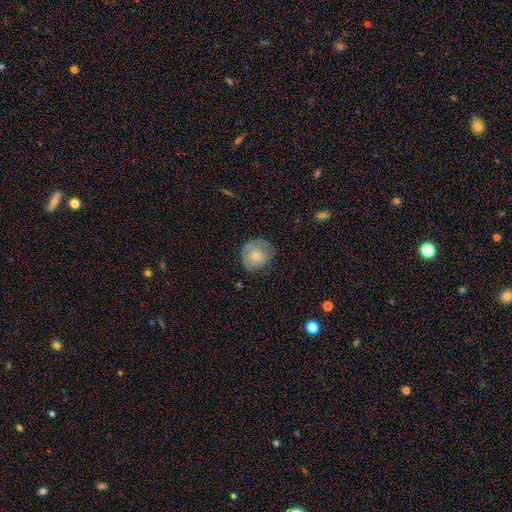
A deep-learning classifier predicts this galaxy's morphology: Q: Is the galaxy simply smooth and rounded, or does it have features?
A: smooth — 68%.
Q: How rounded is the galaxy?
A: round — 79%.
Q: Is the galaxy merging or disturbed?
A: none — 54%.